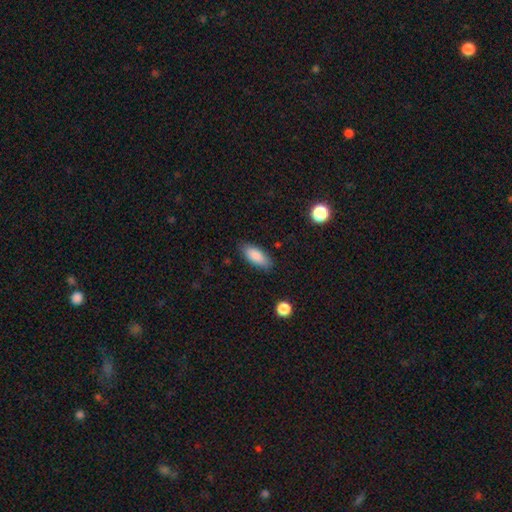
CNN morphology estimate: smooth 86%, featured or disk 7%, star or artifact 7%. Down the decision tree: how rounded — in between (81%); merging — none (84%).